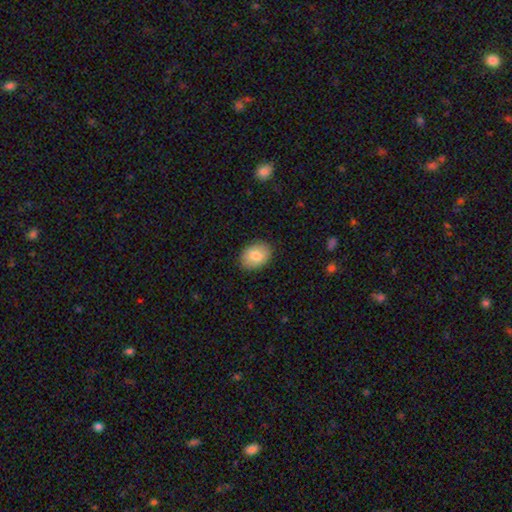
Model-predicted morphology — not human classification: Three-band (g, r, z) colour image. It shows a smooth galaxy with no disk features (83%) that is in between round and cigar-shaped (76%). Merging: none (88%).